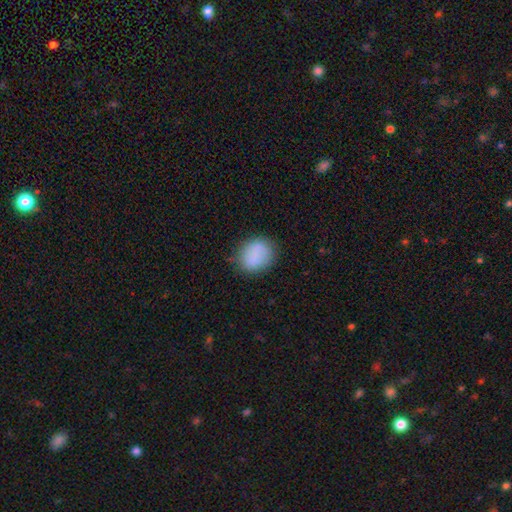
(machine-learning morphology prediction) The model was most divided on "how rounded": round: 57%, in between: 42%, cigar-shaped: 1%. More confident: smooth or featured — smooth (83%); merging — none (78%).